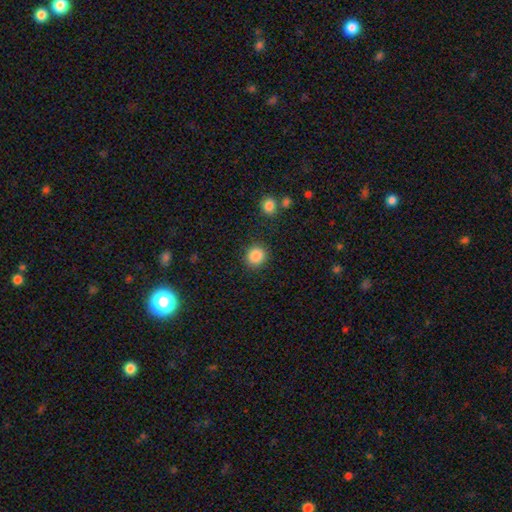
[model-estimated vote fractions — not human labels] A smooth galaxy with no disk features (87%) that is round (89%).

Vote fractions:
- Smooth or featured? smooth: 87% / star or artifact: 9% / featured or disk: 4%
- How rounded? round: 89% / in between: 10% / cigar-shaped: 1%
- Merging? none: 89% / minor disturbance: 7% / major disturbance: 3% / merger: 2%